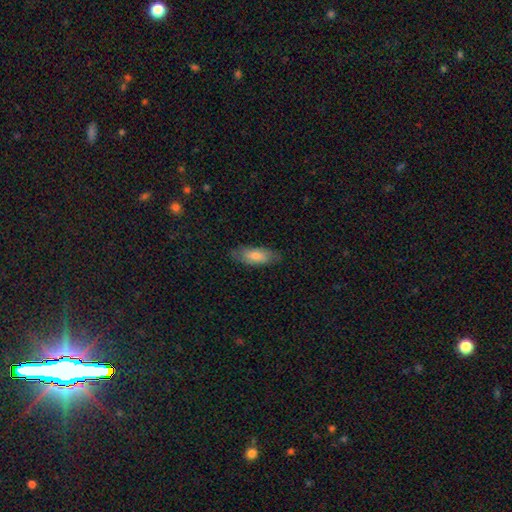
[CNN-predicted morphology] This appears to be a smooth galaxy with no disk features (71%) that is in between round and cigar-shaped (74%). Merging: none (80%).